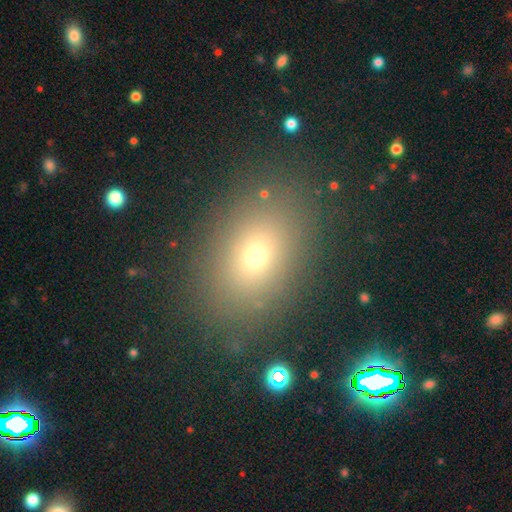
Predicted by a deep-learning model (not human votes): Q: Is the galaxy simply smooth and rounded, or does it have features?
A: smooth — 67%.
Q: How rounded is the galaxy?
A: in between — 66%.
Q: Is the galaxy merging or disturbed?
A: none — 84%.